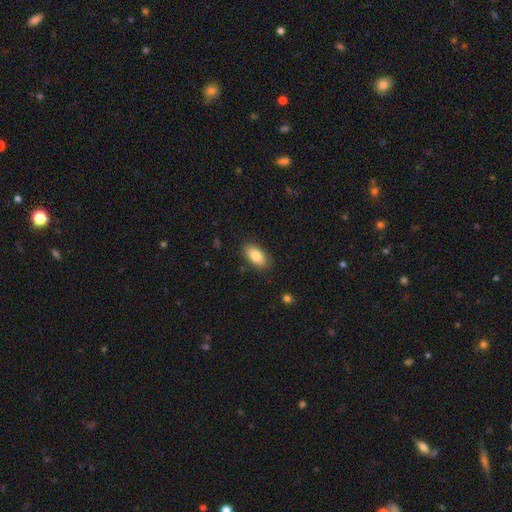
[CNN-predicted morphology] type=smooth (85%); roundness=in between (92%); merging=none (86%).